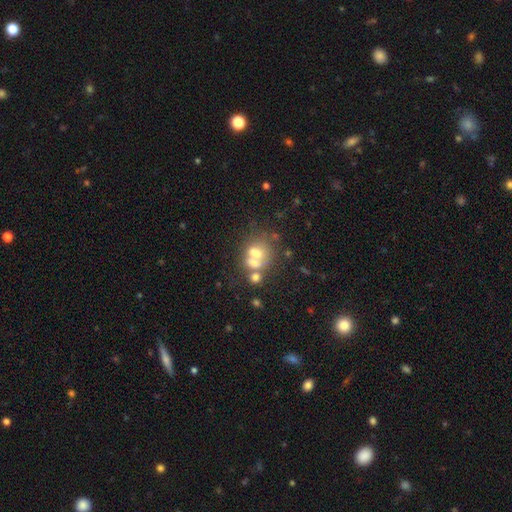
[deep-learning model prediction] Smooth or featured? smooth (55%)
How rounded? round (57%)
Merging? merger (50%)